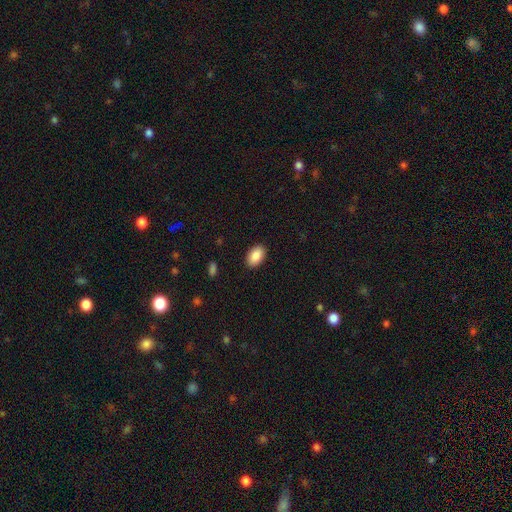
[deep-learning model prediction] Smooth or featured: smooth — 89% (star or artifact — 7%)
How rounded: in between — 92% (round — 7%)
Merging: none — 89% (minor disturbance — 8%)